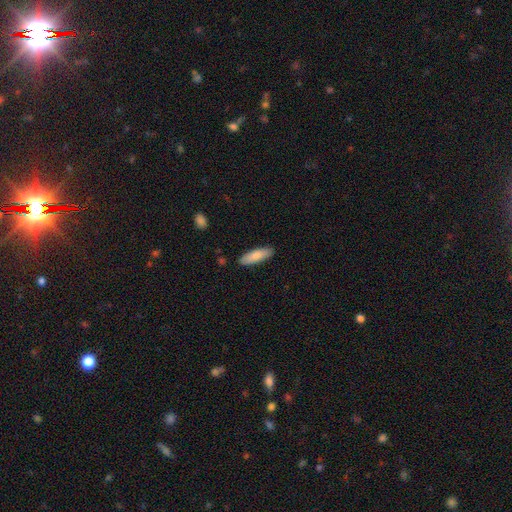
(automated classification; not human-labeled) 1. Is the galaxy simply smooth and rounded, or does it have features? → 83% smooth, 12% featured or disk, 6% star or artifact.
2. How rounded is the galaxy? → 50% in between, 49% cigar-shaped, 2% round.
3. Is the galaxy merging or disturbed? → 88% none, 9% minor disturbance, 2% major disturbance, 1% merger.